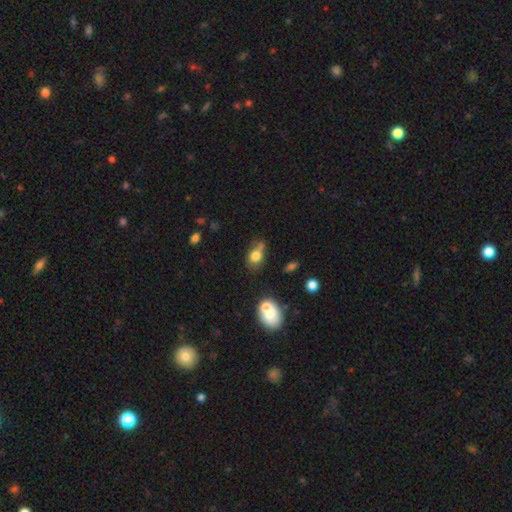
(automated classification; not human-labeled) This is likely a smooth galaxy (78%). How rounded: possibly in between (58%). Merging: possibly none (47%).